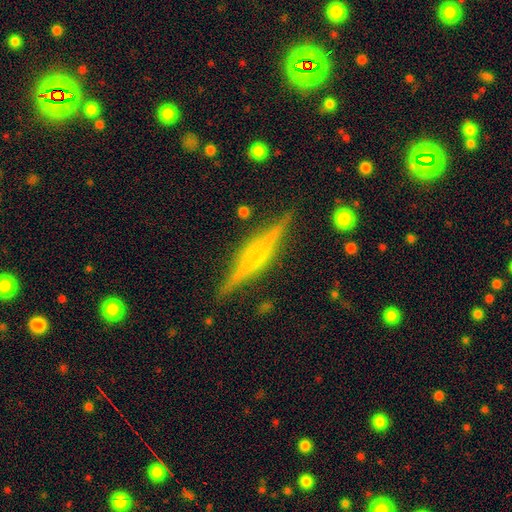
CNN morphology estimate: This appears to be a featured or disk galaxy (79%) viewed edge-on (98%) with a rounded central bulge (71%). Merging: none (89%).